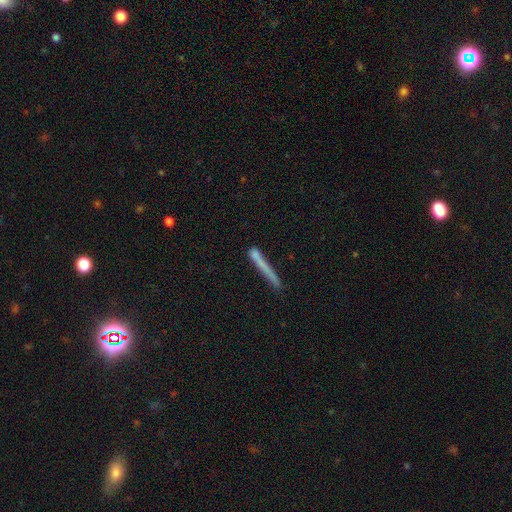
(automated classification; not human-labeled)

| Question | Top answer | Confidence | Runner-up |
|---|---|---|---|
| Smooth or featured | smooth | 66% | featured or disk (25%) |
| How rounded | cigar-shaped | 93% | in between (4%) |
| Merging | none | 61% | minor disturbance (19%) |